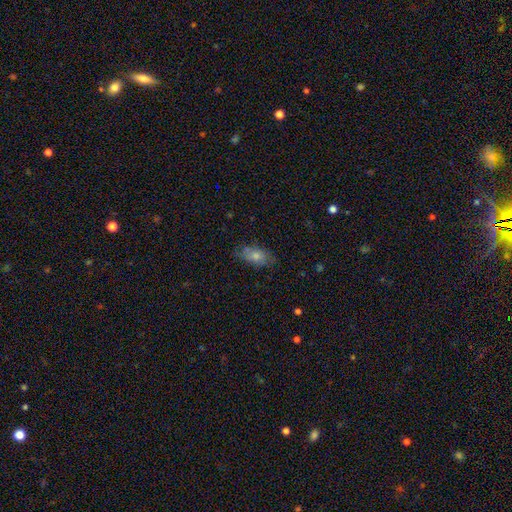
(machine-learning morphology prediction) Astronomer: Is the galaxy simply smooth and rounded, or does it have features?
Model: smooth — 52% (runner-up: featured or disk, 34%).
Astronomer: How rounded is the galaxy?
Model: in between — 83%.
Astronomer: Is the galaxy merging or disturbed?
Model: none — 78%.